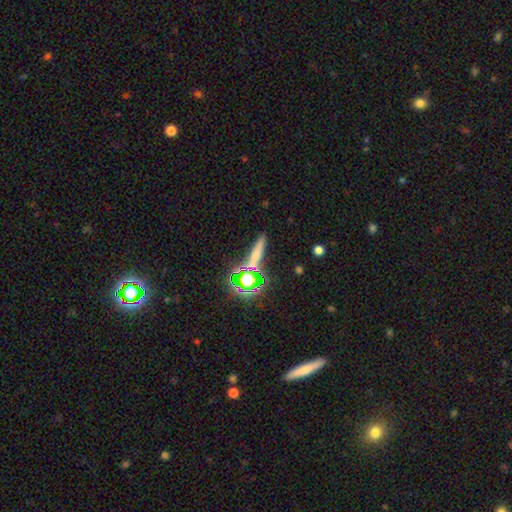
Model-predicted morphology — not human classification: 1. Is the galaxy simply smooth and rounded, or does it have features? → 55% smooth, 26% star or artifact, 20% featured or disk.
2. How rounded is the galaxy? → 75% cigar-shaped, 15% in between, 10% round.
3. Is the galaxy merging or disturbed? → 78% none, 11% minor disturbance, 8% merger, 4% major disturbance.